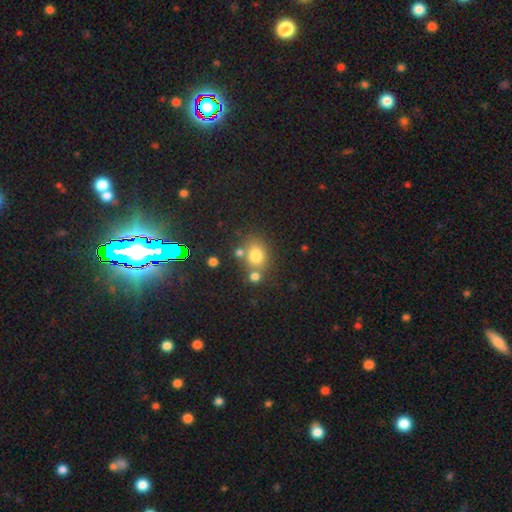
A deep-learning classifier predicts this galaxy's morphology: Smooth or featured: smooth — 75% (star or artifact — 15%)
How rounded: round — 64% (in between — 35%)
Merging: none — 62% (merger — 22%)